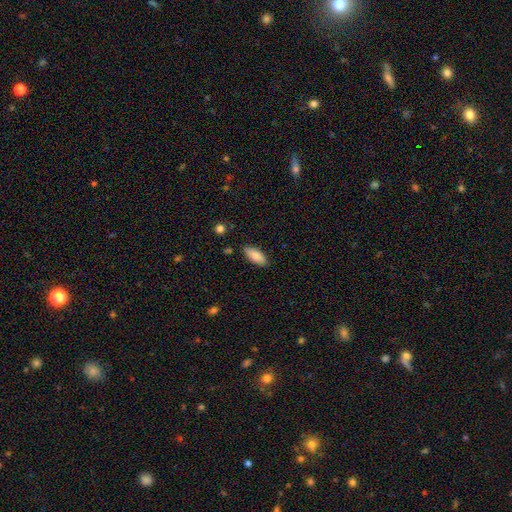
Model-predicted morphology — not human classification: The model was most divided on "how rounded": in between: 85%, cigar-shaped: 13%, round: 2%. More confident: smooth or featured — smooth (86%); merging — none (84%).